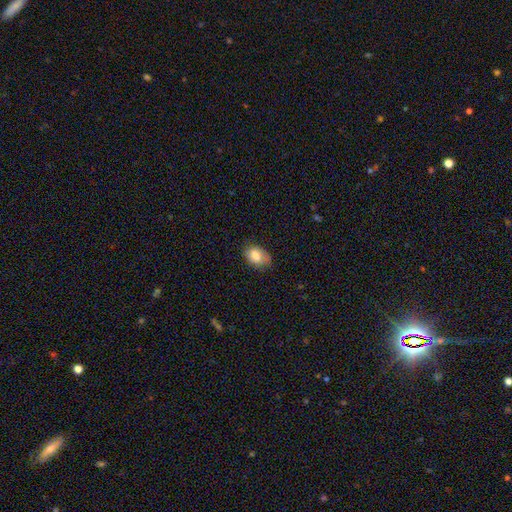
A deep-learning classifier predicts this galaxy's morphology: smooth 80%, featured or disk 12%, star or artifact 8%. Down the decision tree: how rounded — in between (83%); merging — none (68%).